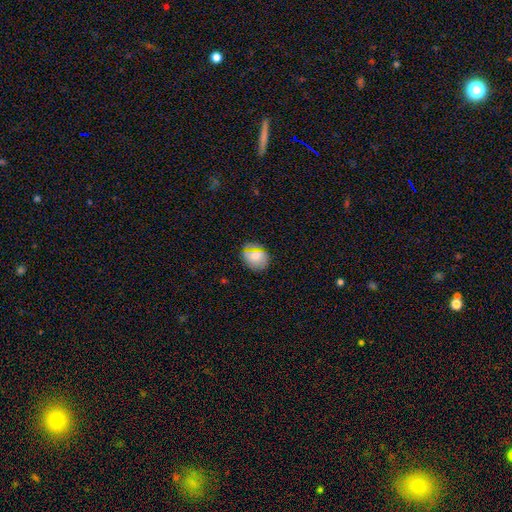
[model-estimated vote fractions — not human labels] Smooth or featured? Predicted: smooth (p=0.73). How rounded? Predicted: round (p=0.62). Merging? Predicted: none (p=0.77).